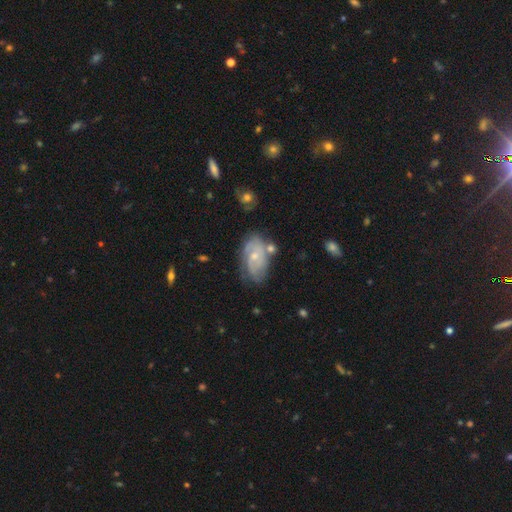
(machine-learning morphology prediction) type=featured or disk (70%); edge-on=no (96%); bar=no (70%); spiral arms=yes (86%); winding=tight (54%); arm count=can't tell (39%); bulge=small (60%); merging=none (60%).